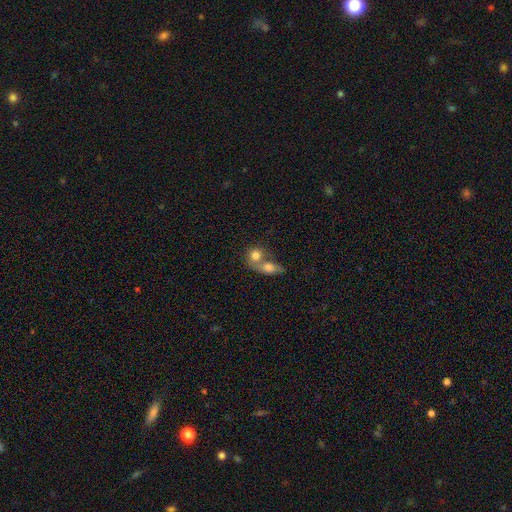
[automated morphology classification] This is likely a smooth galaxy (74%). How rounded: likely round (65%). Merging: likely merger (68%).